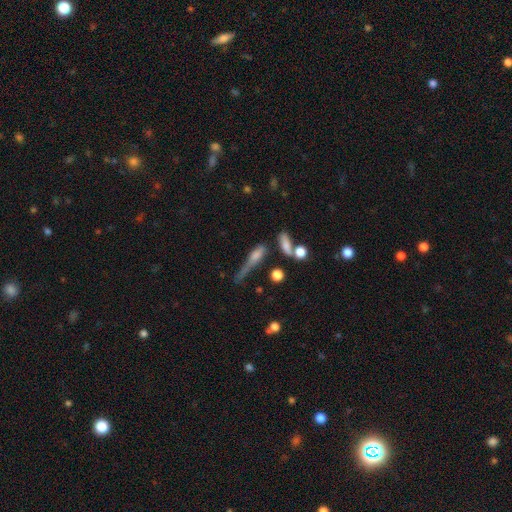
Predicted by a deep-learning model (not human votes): Smooth or featured?
  - smooth: 49% *
  - featured or disk: 36%
  - star or artifact: 15%
Merging?
  - none: 32% *
  - major disturbance: 27%
  - minor disturbance: 26%
  - merger: 15%